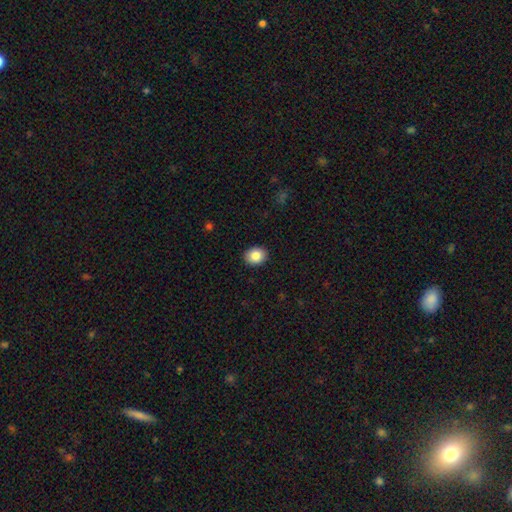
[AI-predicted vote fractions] Q: Smooth or featured?
A: smooth (85%); runner-up: star or artifact (8%)
Q: How rounded?
A: round (51%); runner-up: in between (48%)
Q: Merging?
A: none (91%); runner-up: minor disturbance (6%)